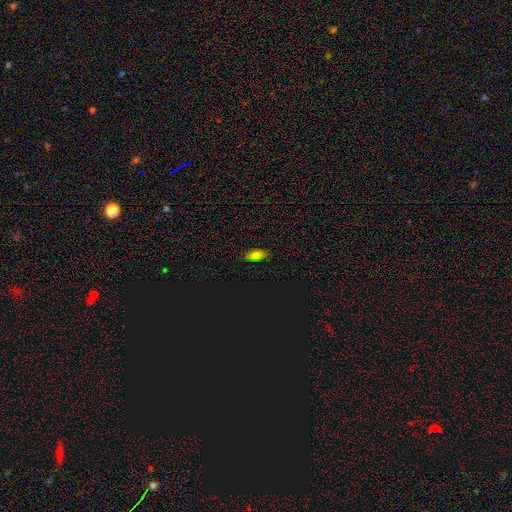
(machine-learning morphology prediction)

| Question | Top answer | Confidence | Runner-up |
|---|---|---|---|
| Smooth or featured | smooth | 67% | star or artifact (23%) |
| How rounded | in between | 84% | cigar-shaped (11%) |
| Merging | none | 85% | minor disturbance (11%) |